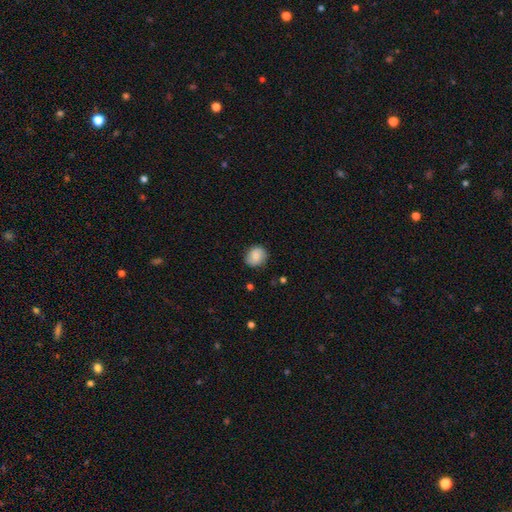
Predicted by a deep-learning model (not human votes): Morphology: type=smooth (80%); roundness=round (71%); merging=none (80%).